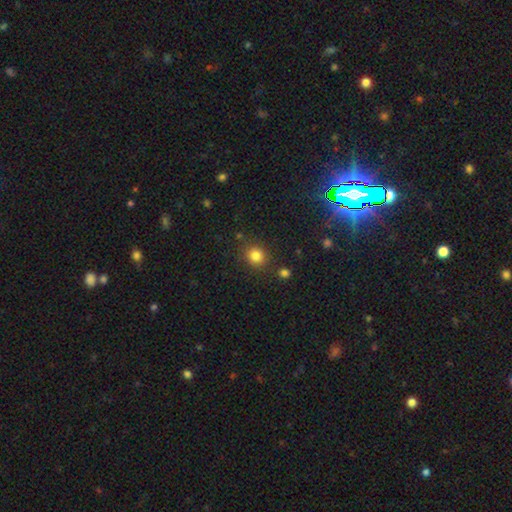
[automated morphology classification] A smooth galaxy with no disk features (83%) that is round (83%). Merging: none (85%).